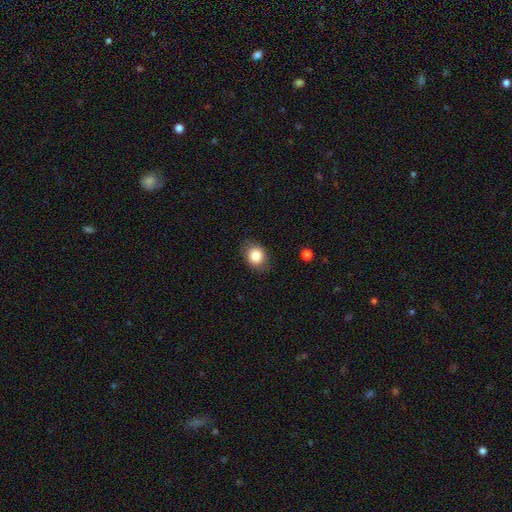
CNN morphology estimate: smooth-or-featured: smooth: 83% | star or artifact: 9% | featured or disk: 8%
  how-rounded: round: 52% | in between: 48% | cigar-shaped: 1%
  merging: none: 82% | minor disturbance: 14% | major disturbance: 4% | merger: 1%